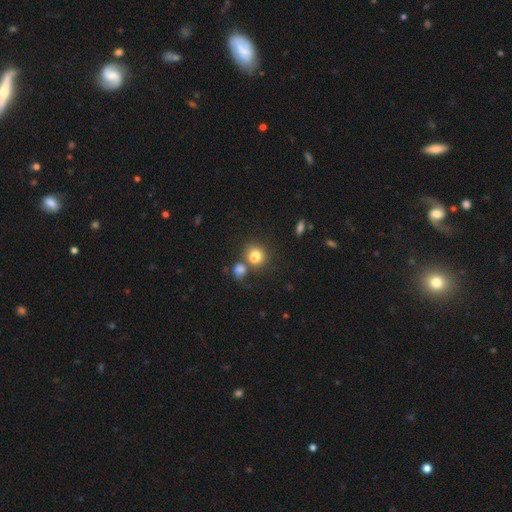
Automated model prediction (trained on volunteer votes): Smooth or featured?
  - smooth: 79% *
  - star or artifact: 12%
  - featured or disk: 10%
How rounded?
  - round: 72% *
  - in between: 27%
  - cigar-shaped: 1%
Merging?
  - none: 52% *
  - merger: 32%
  - minor disturbance: 12%
  - major disturbance: 5%